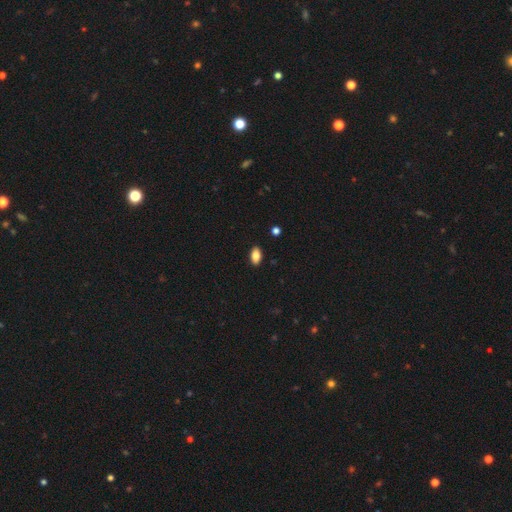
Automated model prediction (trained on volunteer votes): Smooth or featured?
  - smooth: 84% *
  - featured or disk: 8%
  - star or artifact: 8%
How rounded?
  - in between: 92% *
  - round: 5%
  - cigar-shaped: 3%
Merging?
  - none: 89% *
  - minor disturbance: 8%
  - major disturbance: 2%
  - merger: 1%